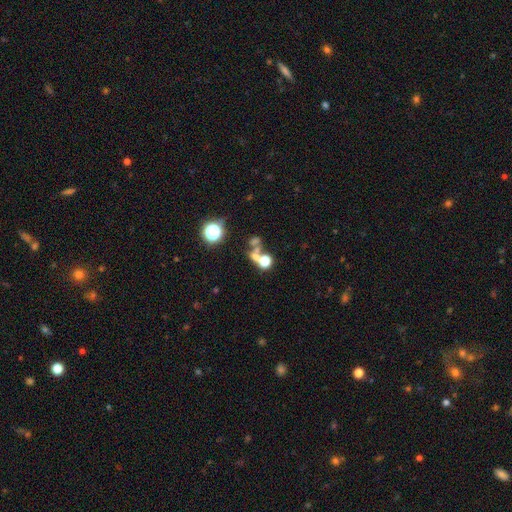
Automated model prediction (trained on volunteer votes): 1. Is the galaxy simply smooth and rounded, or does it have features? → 55% smooth, 26% star or artifact, 19% featured or disk.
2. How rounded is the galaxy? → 70% round, 26% in between, 4% cigar-shaped.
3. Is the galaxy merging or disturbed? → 48% merger, 33% none, 11% major disturbance, 8% minor disturbance.